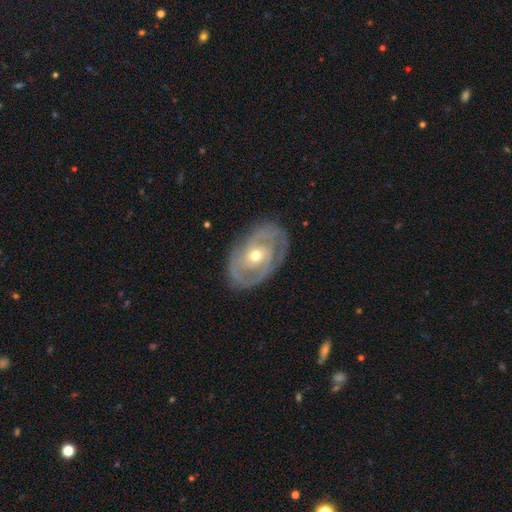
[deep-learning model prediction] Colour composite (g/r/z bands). It shows a featured or disk galaxy (84%) with no bar (65%), 2 (55%) tight (58%) spiral arms (89%) and a moderate central bulge (59%). Merging: none (78%).